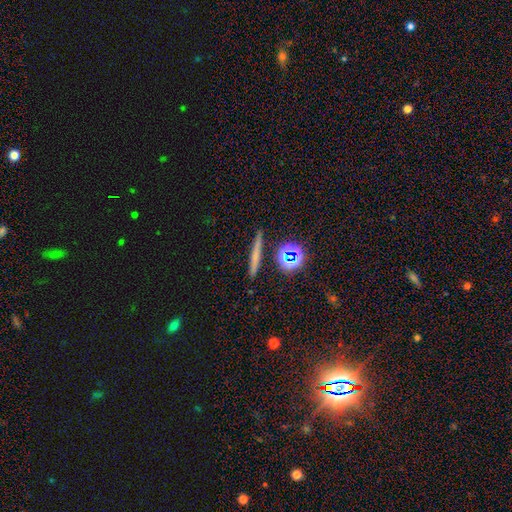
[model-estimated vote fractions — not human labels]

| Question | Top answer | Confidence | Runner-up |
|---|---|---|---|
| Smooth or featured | smooth | 55% | featured or disk (27%) |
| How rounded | cigar-shaped | 87% | round (8%) |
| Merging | none | 88% | minor disturbance (7%) |